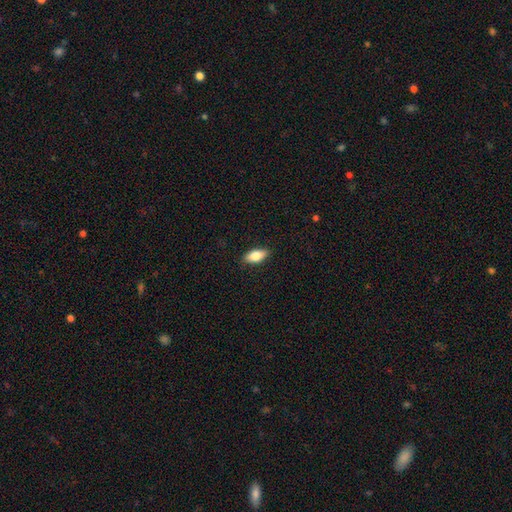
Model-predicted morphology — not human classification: This is likely a smooth galaxy (78%). How rounded: clearly in between (86%). Merging: clearly none (87%).